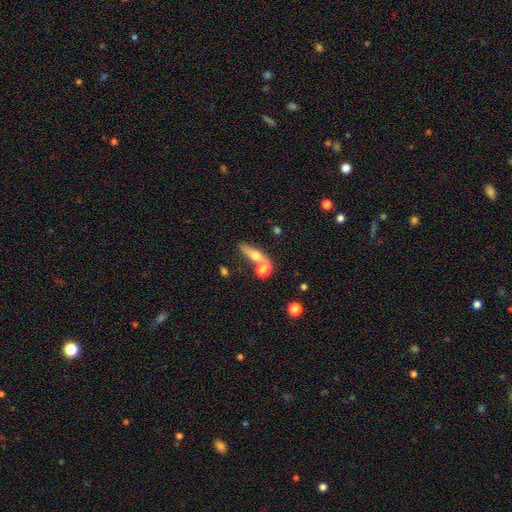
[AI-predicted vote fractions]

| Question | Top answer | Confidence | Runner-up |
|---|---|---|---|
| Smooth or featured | smooth | 62% | featured or disk (29%) |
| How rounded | in between | 46% | cigar-shaped (39%) |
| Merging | merger | 40% | tied: none (40%) |